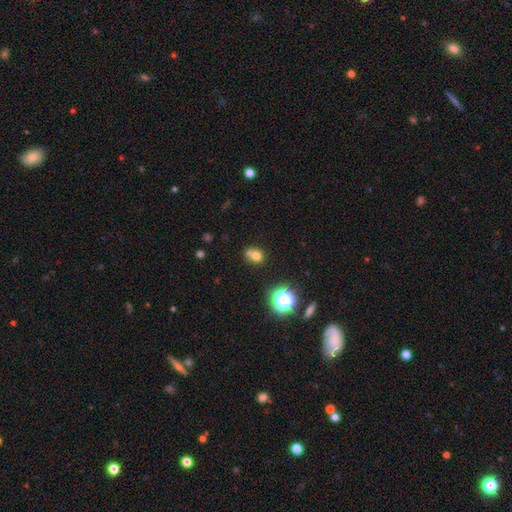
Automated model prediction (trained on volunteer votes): A smooth galaxy with no disk features (70%) that is round (72%). Merging: merger (43%).